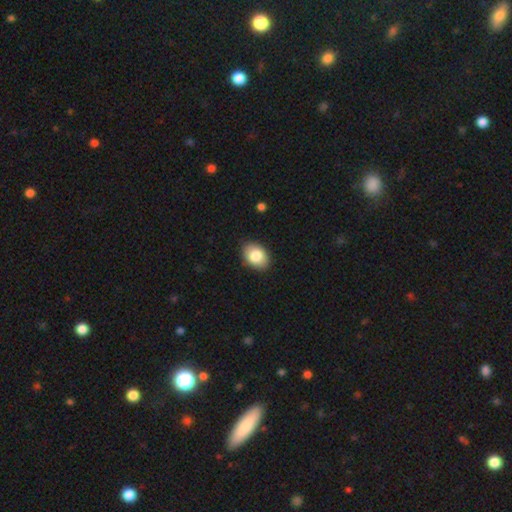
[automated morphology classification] smooth-or-featured: smooth: 84% | featured or disk: 9% | star or artifact: 7%
  how-rounded: in between: 78% | round: 21% | cigar-shaped: 1%
  merging: none: 87% | minor disturbance: 10% | major disturbance: 2% | merger: 1%